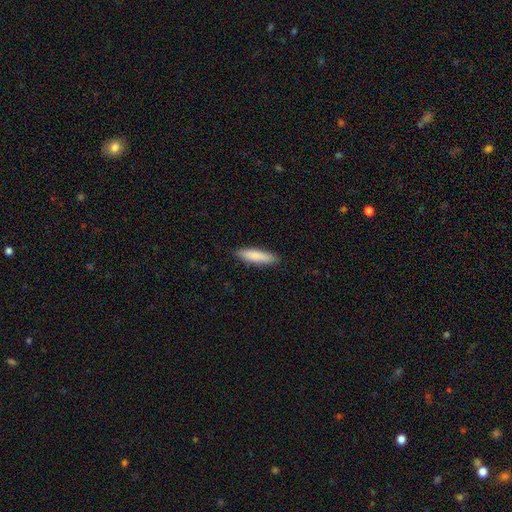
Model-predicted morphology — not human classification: The model was most divided on "how rounded": cigar-shaped: 74%, in between: 25%, round: 1%. More confident: merging — none (88%); smooth or featured — smooth (85%).